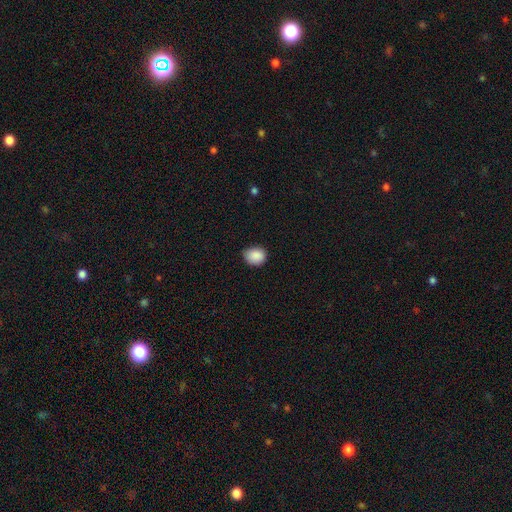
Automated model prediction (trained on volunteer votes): Morphology: type=smooth (88%); roundness=round (53%); merging=none (72%).